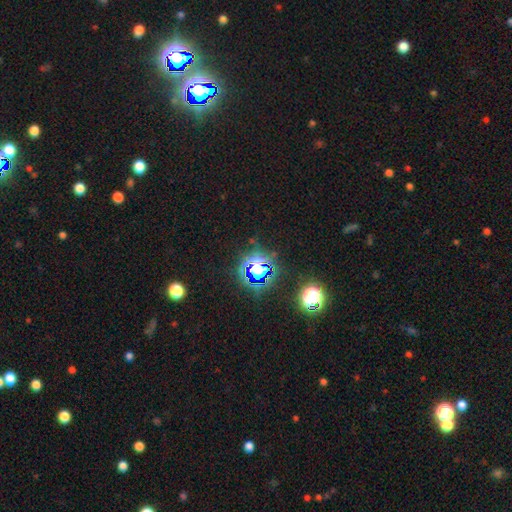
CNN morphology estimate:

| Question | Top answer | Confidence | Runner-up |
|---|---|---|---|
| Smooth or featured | star or artifact | 78% | smooth (14%) |